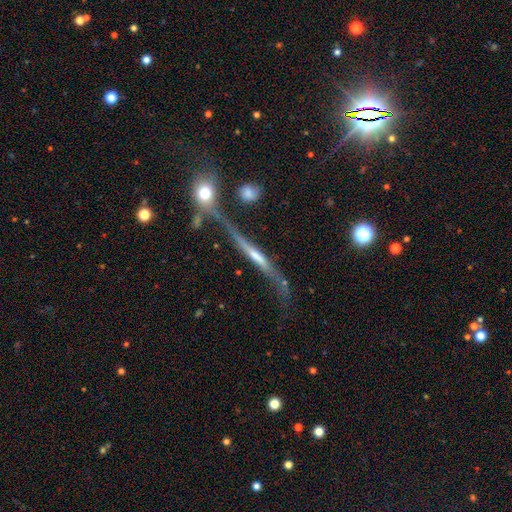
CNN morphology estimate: A featured or disk galaxy (75%) viewed edge-on (84%) with a rounded central bulge (54%).

Vote fractions:
- Smooth or featured? featured or disk: 75% / smooth: 13% / star or artifact: 12%
- Edge-on disk? yes: 84% / no: 16%
- Edge-on bulge? rounded: 54% / none: 32% / boxy: 14%
- Merging? none: 55% / minor disturbance: 21% / merger: 12% / major disturbance: 12%